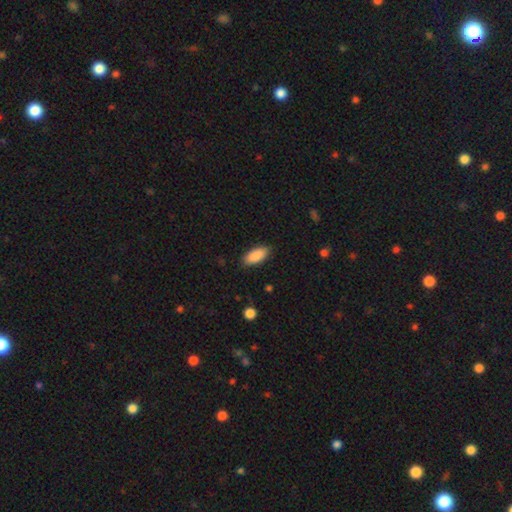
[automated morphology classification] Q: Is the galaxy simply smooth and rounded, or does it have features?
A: smooth — 89%.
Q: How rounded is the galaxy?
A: in between — 87%.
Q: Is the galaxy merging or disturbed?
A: none — 86%.